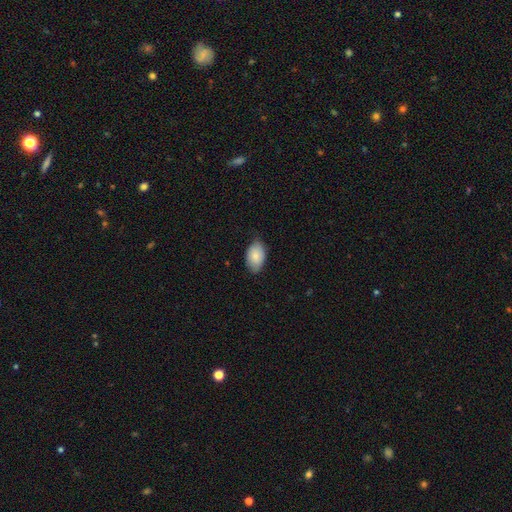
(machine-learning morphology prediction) Smooth or featured: smooth — 82% (featured or disk — 11%)
How rounded: in between — 92% (round — 7%)
Merging: none — 74% (minor disturbance — 22%)